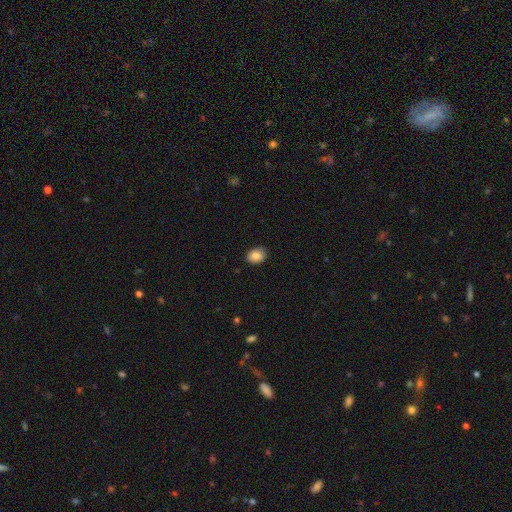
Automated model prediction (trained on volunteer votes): A smooth galaxy with no disk features (86%) that is in between round and cigar-shaped (69%).

Vote fractions:
- Smooth or featured? smooth: 86% / star or artifact: 8% / featured or disk: 6%
- How rounded? in between: 69% / round: 30% / cigar-shaped: 1%
- Merging? none: 87% / minor disturbance: 10% / major disturbance: 2% / merger: 1%